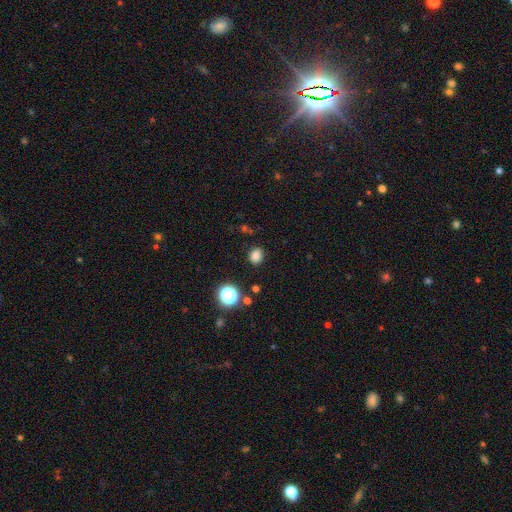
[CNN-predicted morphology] smooth 81%, star or artifact 15%, featured or disk 5%. Down the decision tree: how rounded — round (61%); merging — none (86%).